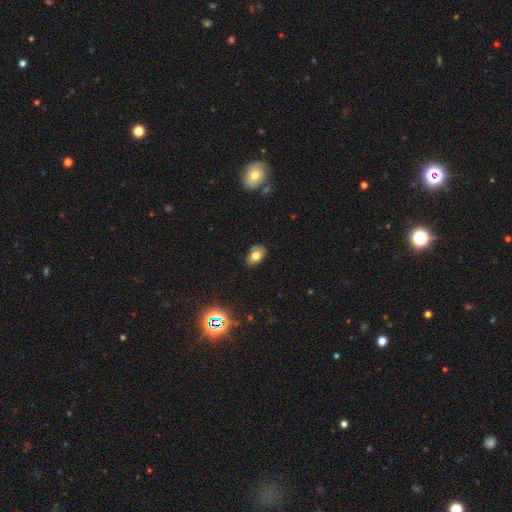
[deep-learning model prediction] This is likely a smooth galaxy (73%). How rounded: clearly in between (89%). Merging: likely none (75%).